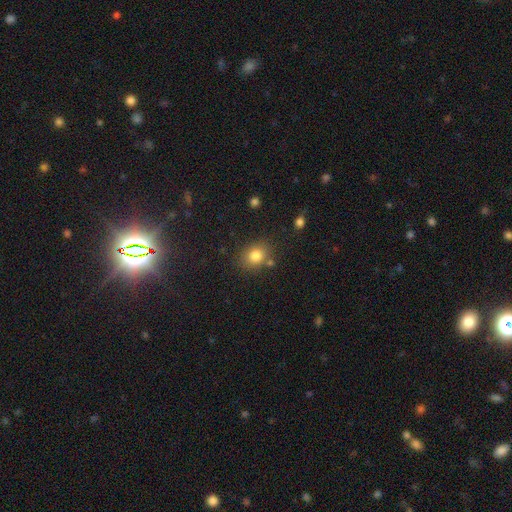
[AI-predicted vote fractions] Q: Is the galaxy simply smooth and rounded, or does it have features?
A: smooth — 81%.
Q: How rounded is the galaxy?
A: round — 63%.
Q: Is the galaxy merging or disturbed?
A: none — 76%.